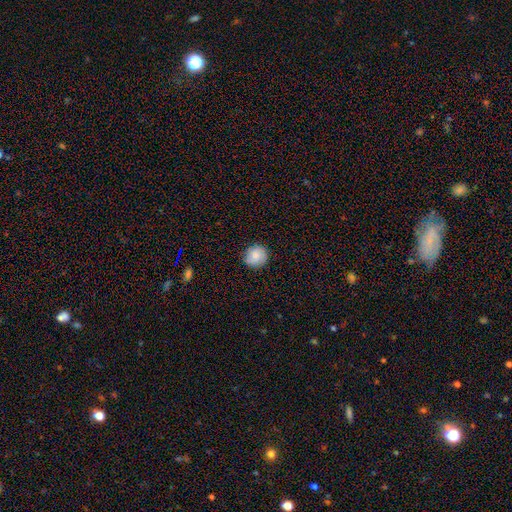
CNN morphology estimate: Q: Smooth or featured?
A: smooth (82%); runner-up: featured or disk (10%)
Q: How rounded?
A: round (90%); runner-up: in between (9%)
Q: Merging?
A: none (86%); runner-up: minor disturbance (11%)